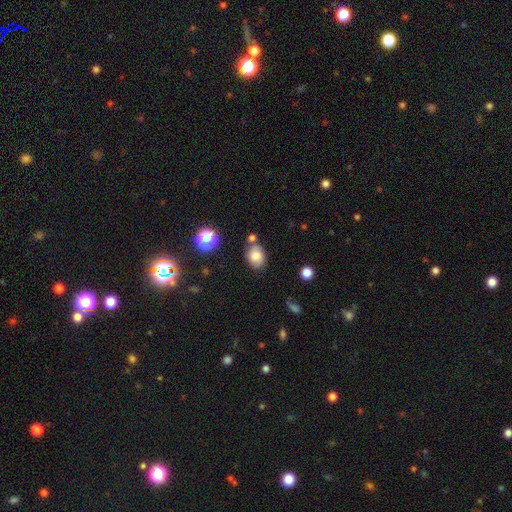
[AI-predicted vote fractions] Morphology: type=smooth (77%); roundness=in between (66%); merging=none (68%).